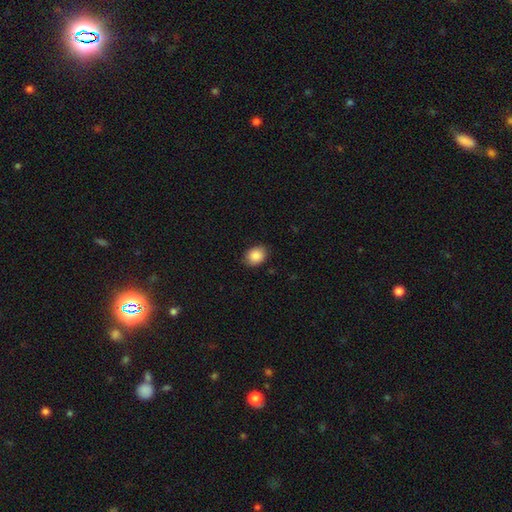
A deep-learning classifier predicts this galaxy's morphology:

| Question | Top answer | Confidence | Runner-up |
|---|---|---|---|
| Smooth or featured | smooth | 88% | star or artifact (8%) |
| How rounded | in between | 53% | round (46%) |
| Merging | none | 84% | minor disturbance (12%) |